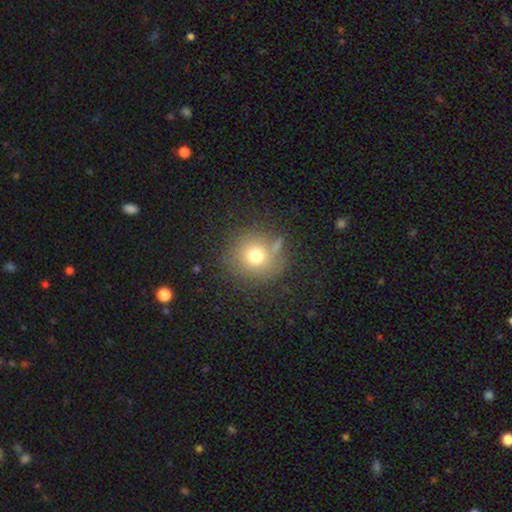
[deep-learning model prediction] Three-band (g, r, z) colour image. It shows a smooth galaxy with no disk features (72%) that is round (91%). Merging: none (76%).